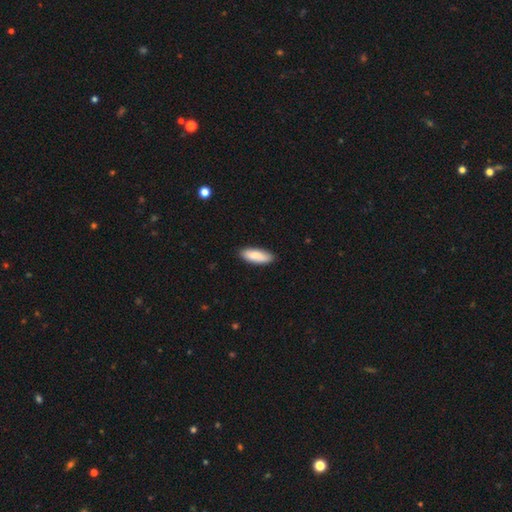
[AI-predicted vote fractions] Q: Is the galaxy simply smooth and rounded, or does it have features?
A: smooth — 86%.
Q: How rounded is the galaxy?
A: in between — 69%.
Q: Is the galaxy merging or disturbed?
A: none — 87%.